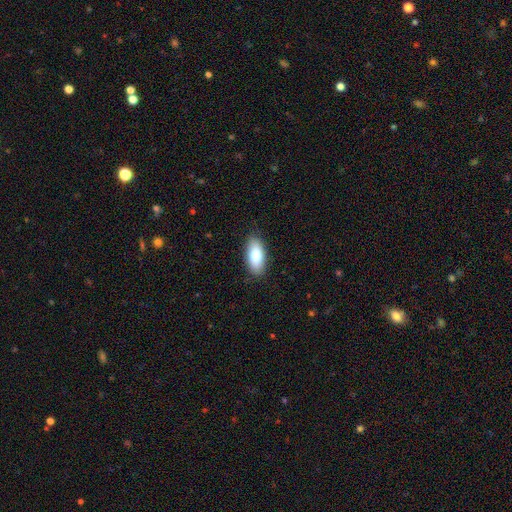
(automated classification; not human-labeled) Smooth or featured?
  - smooth: 82% *
  - featured or disk: 12%
  - star or artifact: 6%
How rounded?
  - in between: 86% *
  - cigar-shaped: 11%
  - round: 2%
Merging?
  - none: 87% *
  - minor disturbance: 10%
  - major disturbance: 2%
  - merger: 1%